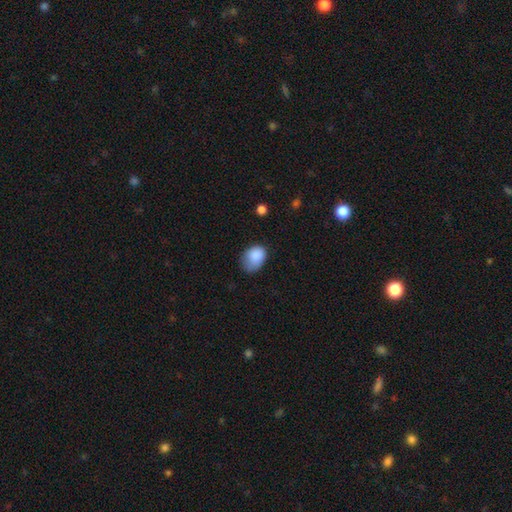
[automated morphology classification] Overall: smooth (86%). How rounded: in between (69%; round 30%). Merging: none (46%; minor disturbance 39%).